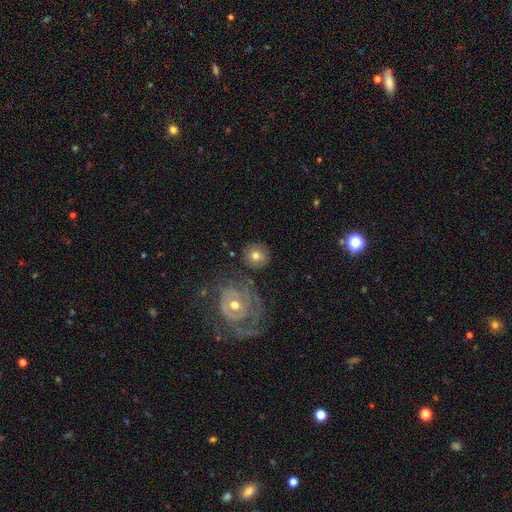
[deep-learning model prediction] Morphology: type=smooth (64%); roundness=round (91%); merging=none (79%).